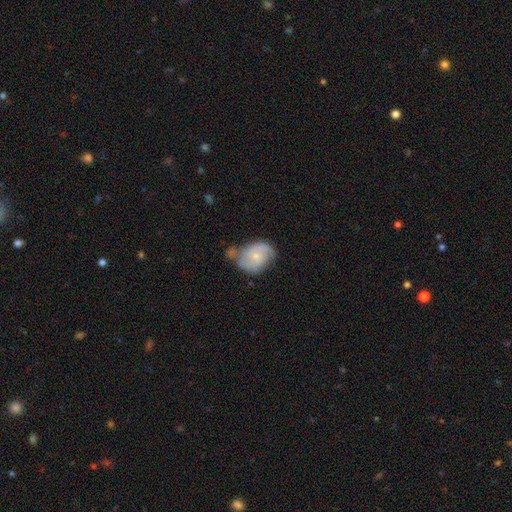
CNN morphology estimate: Smooth or featured?
  - featured or disk: 59% *
  - smooth: 35%
  - star or artifact: 6%
Edge-on disk?
  - no: 97% *
  - yes: 3%
Bar?
  - no: 66% *
  - weak: 30%
  - strong: 5%
Spiral arms?
  - yes: 85% *
  - no: 15%
Bulge size?
  - small: 62% *
  - moderate: 31%
  - none: 4%
  - large: 2%
  - dominant: 1%
Merging?
  - none: 43% *
  - minor disturbance: 27%
  - merger: 19%
  - major disturbance: 11%